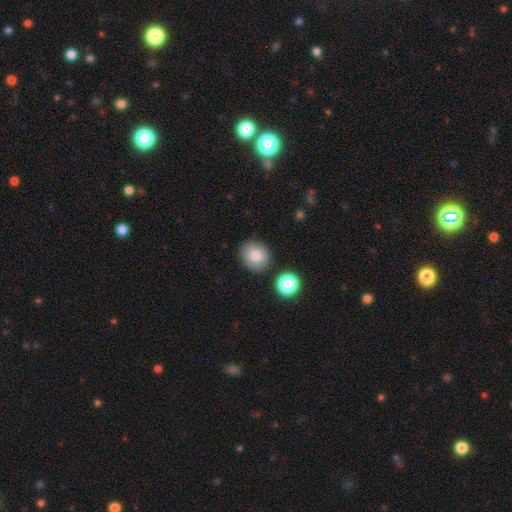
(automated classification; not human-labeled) The model was most divided on "how rounded": round: 72%, in between: 27%, cigar-shaped: 1%. More confident: merging — none (82%); smooth or featured — smooth (76%).